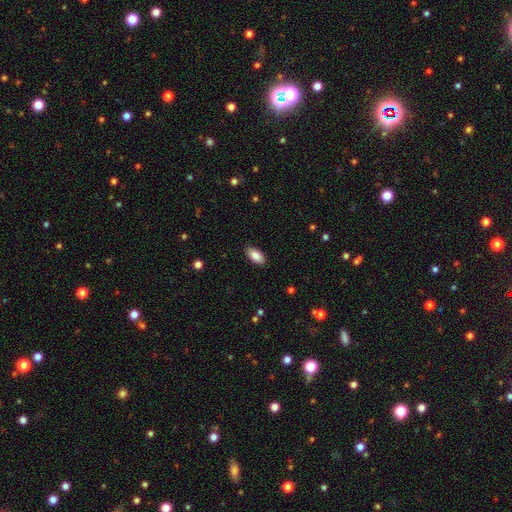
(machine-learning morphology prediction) type=smooth (87%); roundness=in between (93%); merging=none (89%).